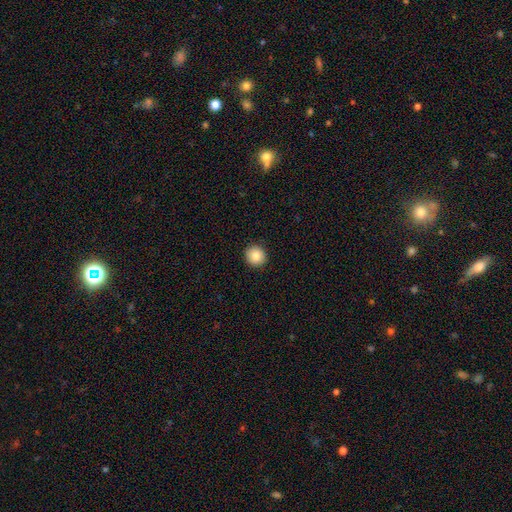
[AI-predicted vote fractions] smooth_or_featured: smooth (p=0.85) [alt: star or artifact p=0.09]
how_rounded: round (p=0.94) [alt: in between p=0.05]
merging: none (p=0.93) [alt: minor disturbance p=0.05]